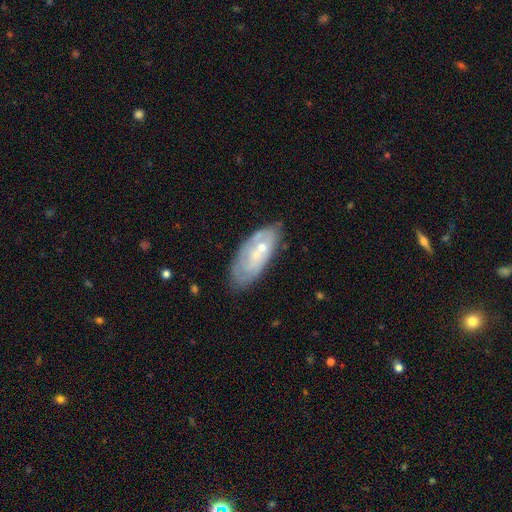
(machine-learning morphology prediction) Q: Smooth or featured?
A: featured or disk (59%); runner-up: smooth (34%)
Q: Edge-on disk?
A: no (88%); runner-up: yes (12%)
Q: Bar?
A: no (73%); runner-up: weak (22%)
Q: Spiral arms?
A: yes (56%); runner-up: no (44%)
Q: Bulge size?
A: small (64%); runner-up: moderate (31%)
Q: Merging?
A: none (63%); runner-up: minor disturbance (23%)